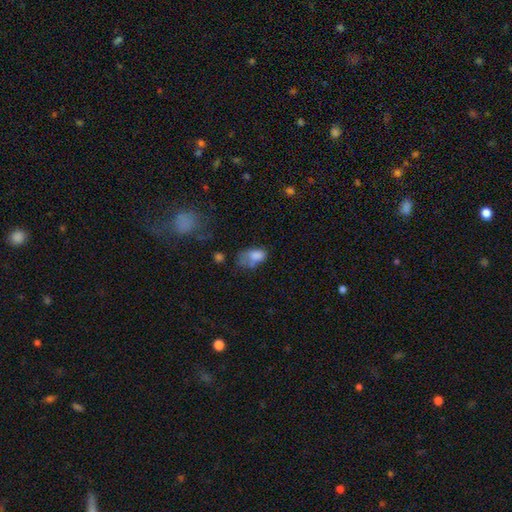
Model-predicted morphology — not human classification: Smooth or featured? smooth (71%)
How rounded? in between (87%)
Merging? major disturbance (32%)